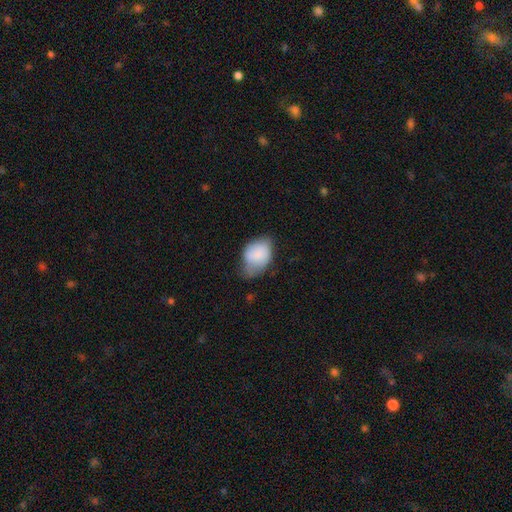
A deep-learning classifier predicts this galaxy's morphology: smooth_or_featured: smooth (p=0.81) [alt: featured or disk p=0.11]
how_rounded: in between (p=0.77) [alt: round p=0.22]
merging: minor disturbance (p=0.47) [alt: none p=0.34]